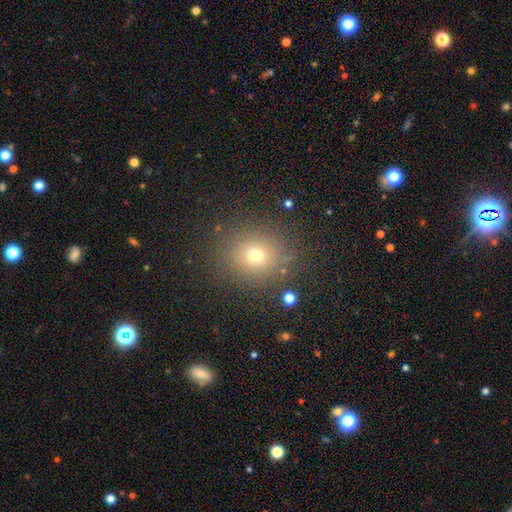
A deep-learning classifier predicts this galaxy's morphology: This is likely a smooth galaxy (69%). How rounded: clearly round (83%). Merging: clearly none (85%).